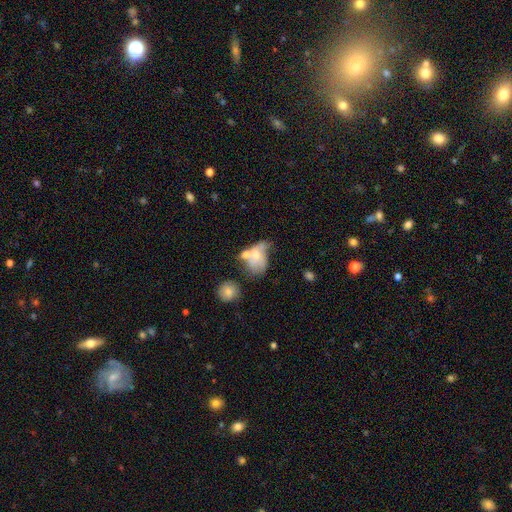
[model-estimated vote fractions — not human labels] Smooth or featured? smooth (54%)
How rounded? in between (74%)
Merging? merger (43%)